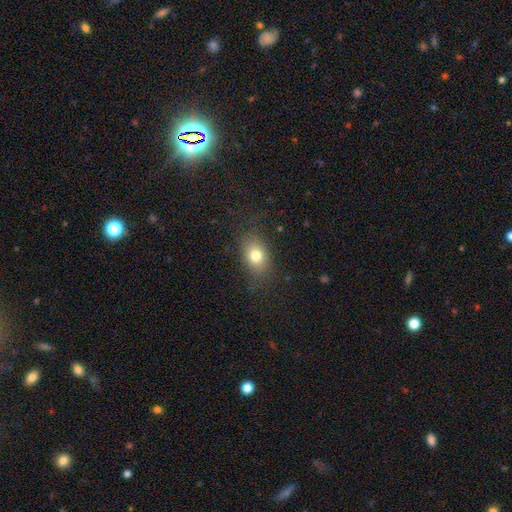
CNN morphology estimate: A smooth galaxy with no disk features (77%) that is in between round and cigar-shaped (67%).

Vote fractions:
- Smooth or featured? smooth: 77% / star or artifact: 11% / featured or disk: 11%
- How rounded? in between: 67% / round: 32% / cigar-shaped: 2%
- Merging? none: 78% / minor disturbance: 15% / major disturbance: 6% / merger: 1%